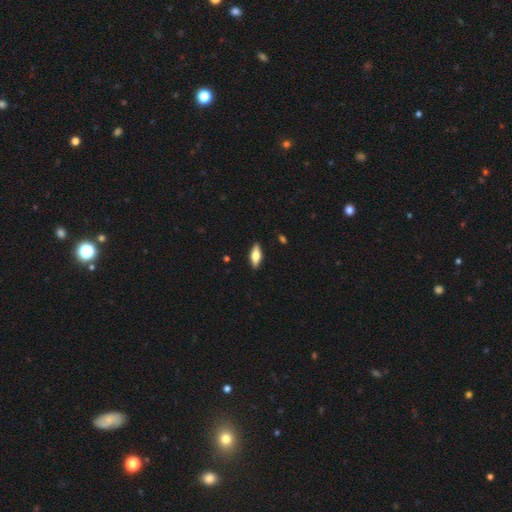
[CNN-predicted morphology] smooth-or-featured: smooth: 54% | featured or disk: 40% | star or artifact: 6%
  how-rounded: in between: 67% | cigar-shaped: 30% | round: 3%
  merging: none: 89% | minor disturbance: 8% | major disturbance: 2% | merger: 1%